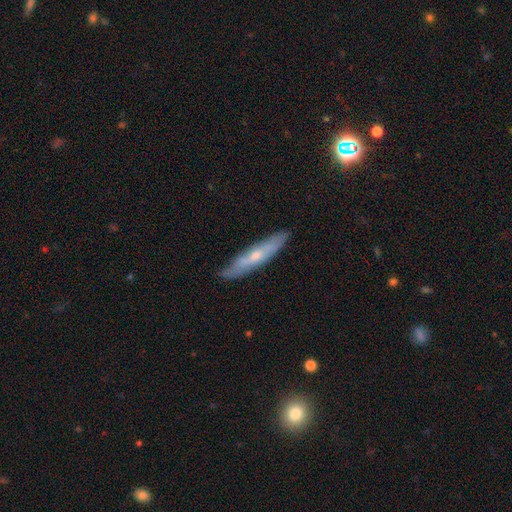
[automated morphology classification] A featured or disk galaxy (53%) viewed edge-on (70%). Merging: none (83%).